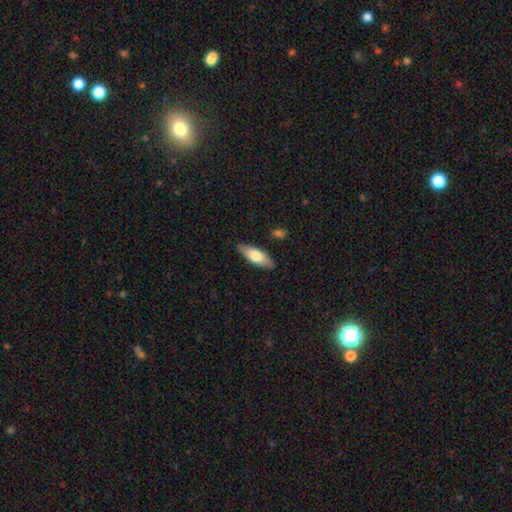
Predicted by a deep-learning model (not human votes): Q: Smooth or featured?
A: smooth (69%); runner-up: featured or disk (26%)
Q: How rounded?
A: in between (64%); runner-up: cigar-shaped (34%)
Q: Merging?
A: none (87%); runner-up: minor disturbance (9%)